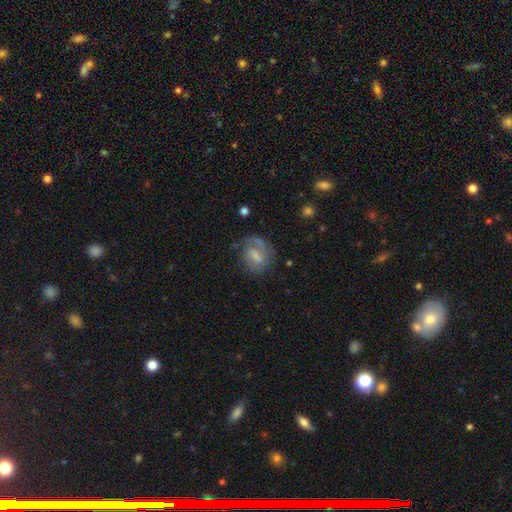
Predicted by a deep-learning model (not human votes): A featured or disk galaxy (67%) with a weak bar (56%), 2 (49%) medium (44%) spiral arms (87%) and a small central bulge (45%).

Vote fractions:
- Smooth or featured? featured or disk: 67% / smooth: 26% / star or artifact: 7%
- Edge-on disk? no: 97% / yes: 3%
- Bar? weak: 56% / no: 23% / strong: 21%
- Spiral arms? yes: 87% / no: 13%
- Spiral winding? medium: 44% / tight: 35% / loose: 21%
- Spiral arm count? 2: 49% / 1: 34% / can't tell: 12% / 3: 3% / 4: 1% / more than 4: 1%
- Bulge size? small: 45% / moderate: 32% / none: 18% / large: 4% / dominant: 1%
- Merging? none: 61% / minor disturbance: 22% / major disturbance: 15% / merger: 3%